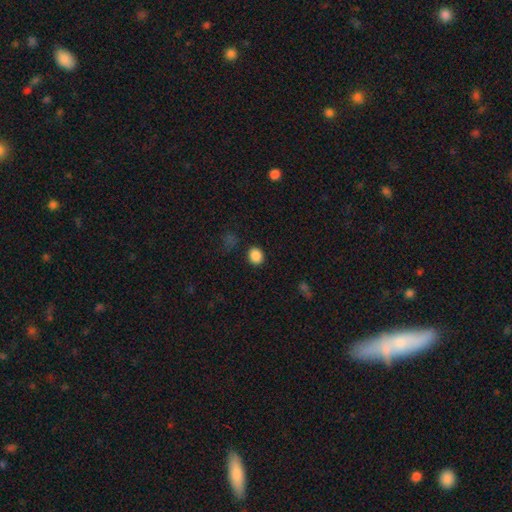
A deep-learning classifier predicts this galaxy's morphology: This appears to be a smooth galaxy with no disk features (86%) that is round (68%). Merging: none (87%).